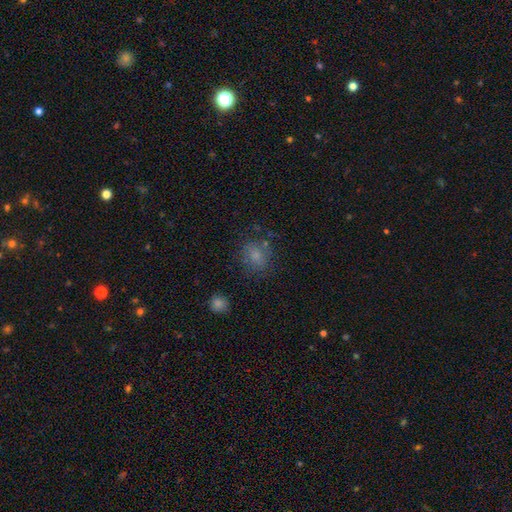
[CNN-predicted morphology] A smooth galaxy with no disk features (75%) that is round (67%).

Vote fractions:
- Smooth or featured? smooth: 75% / star or artifact: 15% / featured or disk: 11%
- How rounded? round: 67% / in between: 32% / cigar-shaped: 1%
- Merging? none: 73% / minor disturbance: 16% / major disturbance: 7% / merger: 4%